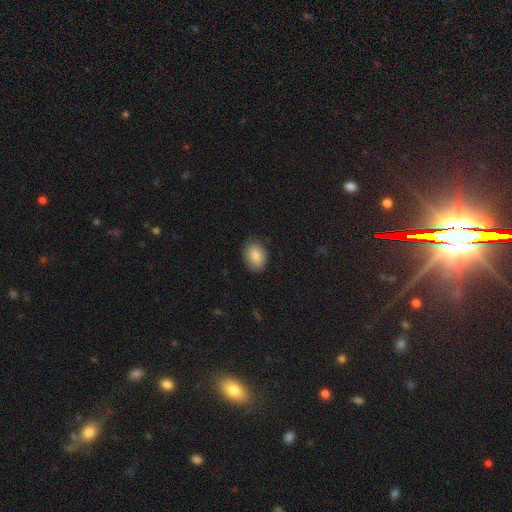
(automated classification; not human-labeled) A smooth galaxy with no disk features (86%) that is in between round and cigar-shaped (78%). Merging: none (83%).